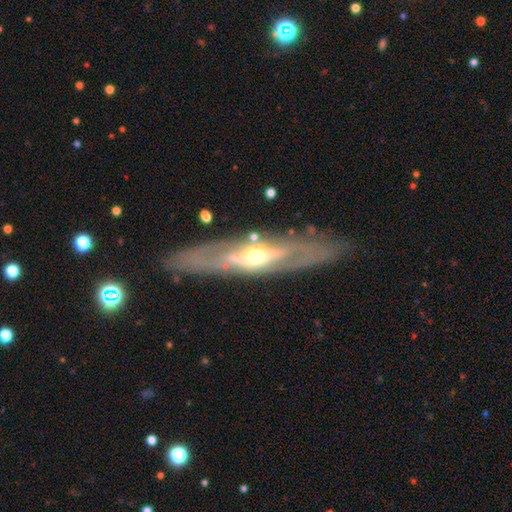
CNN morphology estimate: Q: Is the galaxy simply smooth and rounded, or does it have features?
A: featured or disk — 77%.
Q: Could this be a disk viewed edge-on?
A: no — 55%.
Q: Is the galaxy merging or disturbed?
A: none — 81%.